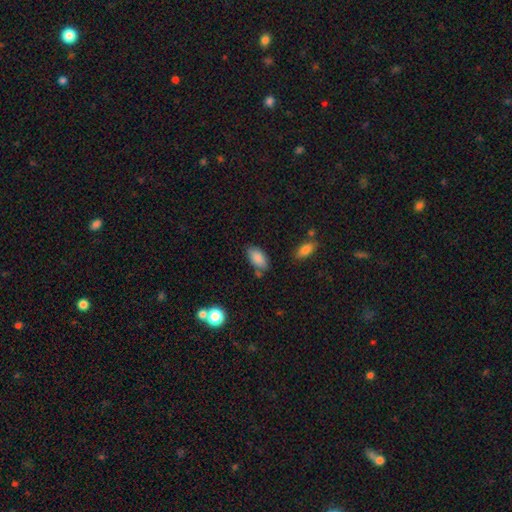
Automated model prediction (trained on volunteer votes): Morphology: type=smooth (86%); roundness=in between (93%); merging=none (70%).